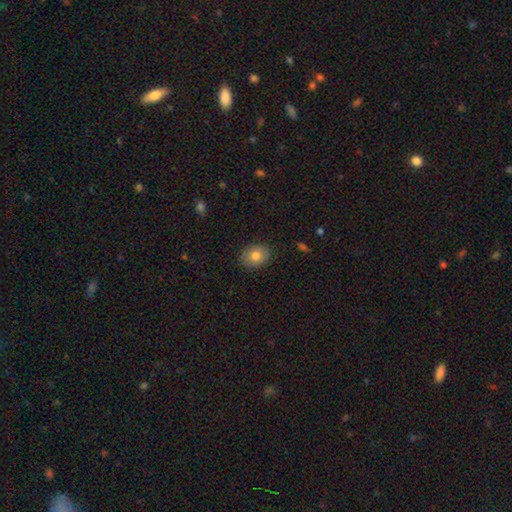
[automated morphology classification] smooth 80%, featured or disk 11%, star or artifact 8%. Down the decision tree: how rounded — in between (52%); merging — none (87%).